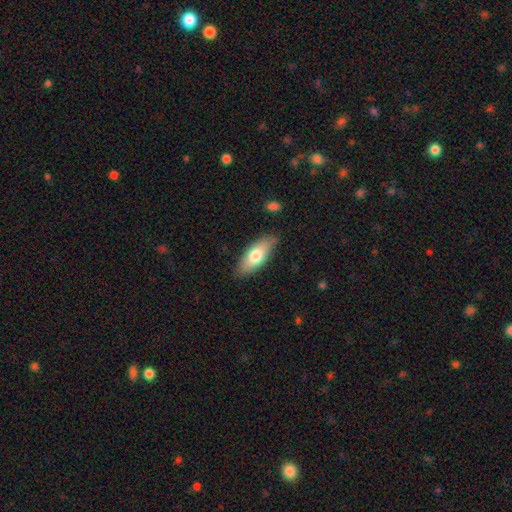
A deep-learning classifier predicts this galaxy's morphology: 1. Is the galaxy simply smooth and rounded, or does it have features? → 73% smooth, 22% featured or disk, 6% star or artifact.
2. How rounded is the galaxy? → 78% in between, 20% cigar-shaped, 2% round.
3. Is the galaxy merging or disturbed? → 82% none, 14% minor disturbance, 3% major disturbance, 1% merger.